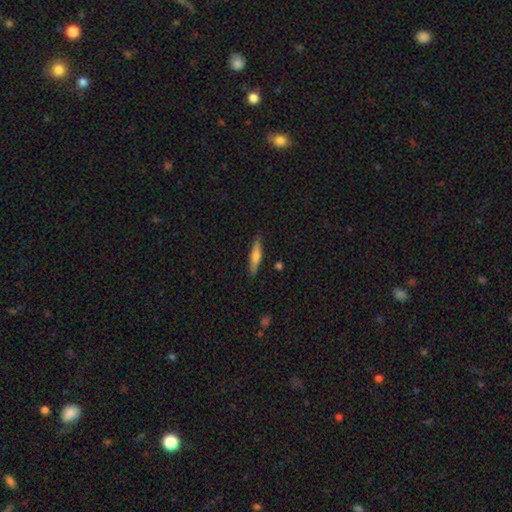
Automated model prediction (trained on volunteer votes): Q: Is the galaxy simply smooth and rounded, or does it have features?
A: smooth — 58%.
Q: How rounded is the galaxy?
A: cigar-shaped — 83%.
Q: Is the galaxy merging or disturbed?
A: none — 86%.